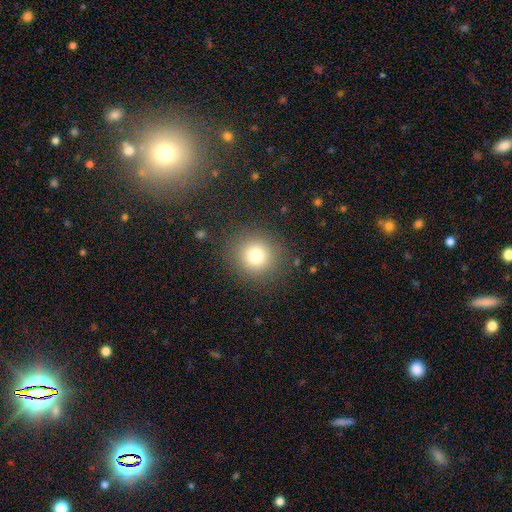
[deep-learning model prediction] Smooth or featured: smooth — 77% (star or artifact — 14%)
How rounded: round — 92% (in between — 7%)
Merging: none — 87% (minor disturbance — 8%)